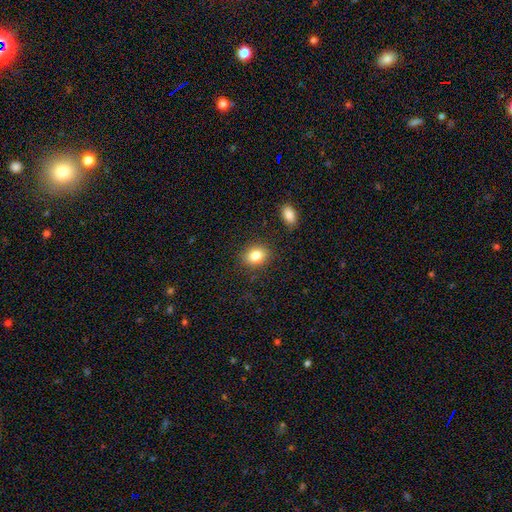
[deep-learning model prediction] Q: Smooth or featured?
A: smooth (84%); runner-up: star or artifact (9%)
Q: How rounded?
A: in between (53%); runner-up: round (46%)
Q: Merging?
A: none (86%); runner-up: minor disturbance (9%)